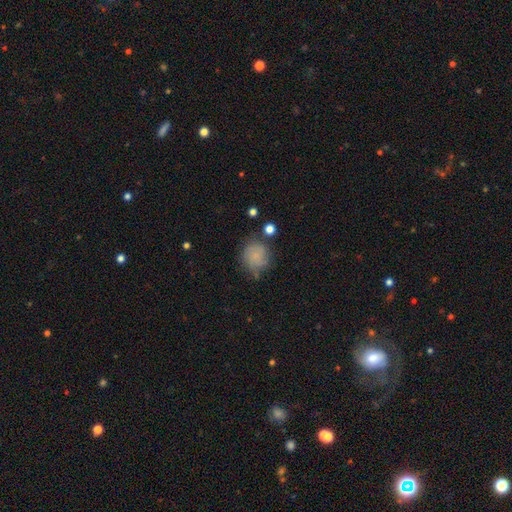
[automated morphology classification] Q: Smooth or featured?
A: smooth (72%); runner-up: featured or disk (18%)
Q: How rounded?
A: round (84%); runner-up: in between (15%)
Q: Merging?
A: none (63%); runner-up: minor disturbance (23%)